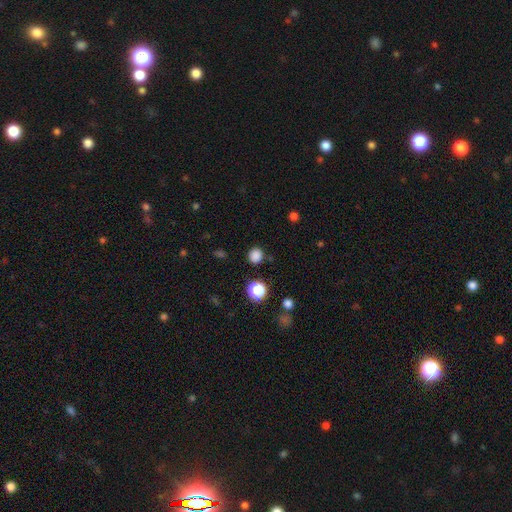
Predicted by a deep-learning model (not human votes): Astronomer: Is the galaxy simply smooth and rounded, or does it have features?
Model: smooth — 82%.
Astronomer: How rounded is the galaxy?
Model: round — 88%.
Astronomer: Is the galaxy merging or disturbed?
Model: none — 88%.